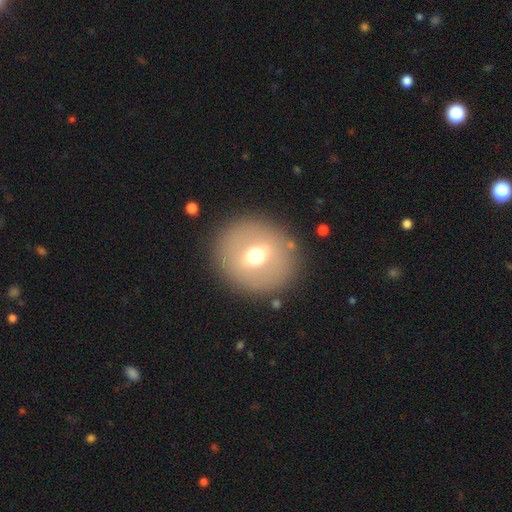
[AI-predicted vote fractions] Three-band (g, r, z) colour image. It shows a smooth galaxy with no disk features (54%) that is round (88%). Merging: none (88%).